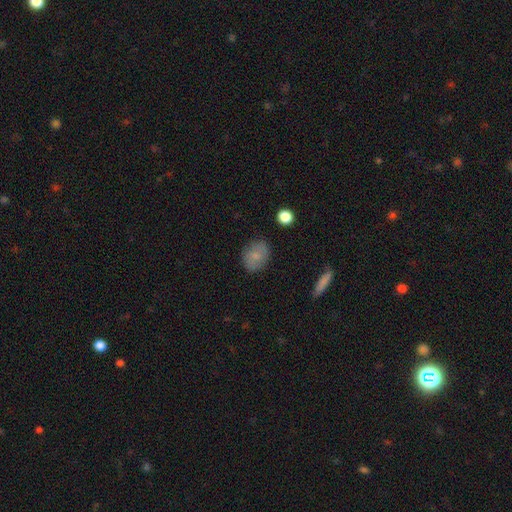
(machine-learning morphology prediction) smooth_or_featured: smooth (p=0.77) [alt: featured or disk p=0.15]
how_rounded: in between (p=0.61) [alt: round p=0.37]
merging: none (p=0.81) [alt: minor disturbance p=0.14]